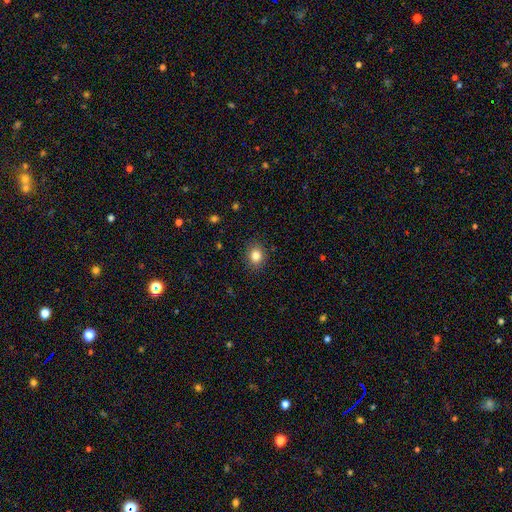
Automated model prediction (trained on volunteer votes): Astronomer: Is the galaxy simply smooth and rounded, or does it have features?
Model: smooth — 83%.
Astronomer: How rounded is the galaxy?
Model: round — 59% (runner-up: in between, 40%).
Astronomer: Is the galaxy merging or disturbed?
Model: none — 88%.